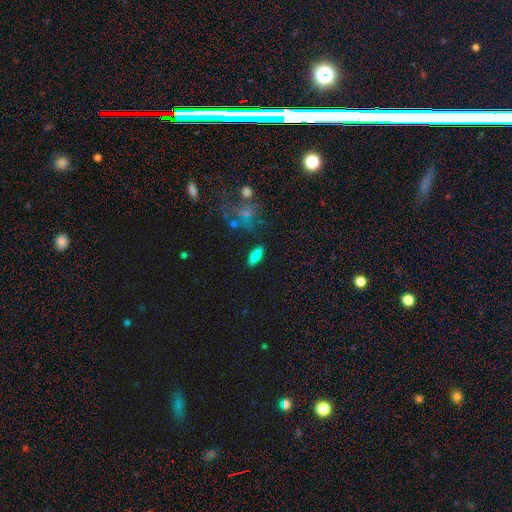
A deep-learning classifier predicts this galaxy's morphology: smooth 77%, featured or disk 13%, star or artifact 10%. Down the decision tree: how rounded — in between (76%); merging — none (85%).